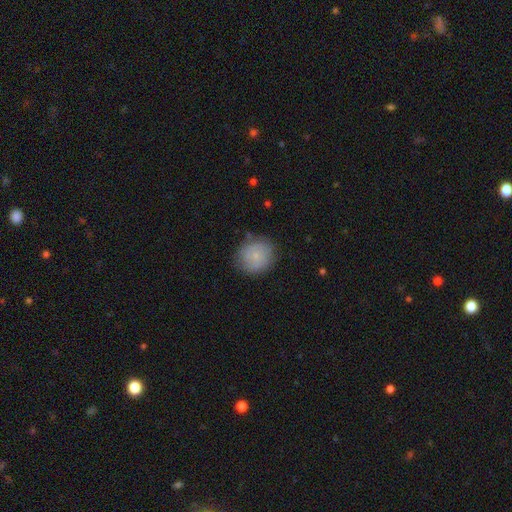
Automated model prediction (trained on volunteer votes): smooth-or-featured: smooth: 61% | featured or disk: 31% | star or artifact: 8%
  how-rounded: round: 84% | in between: 15% | cigar-shaped: 1%
  merging: none: 79% | minor disturbance: 15% | major disturbance: 4% | merger: 1%